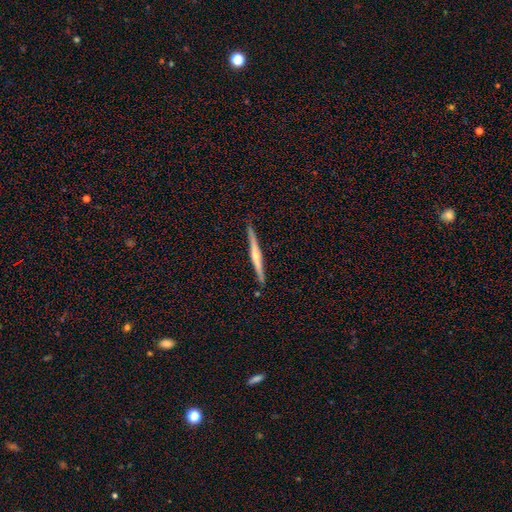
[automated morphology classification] type=featured or disk (76%); edge-on=yes (98%); edge-on bulge=rounded (83%); merging=none (91%).